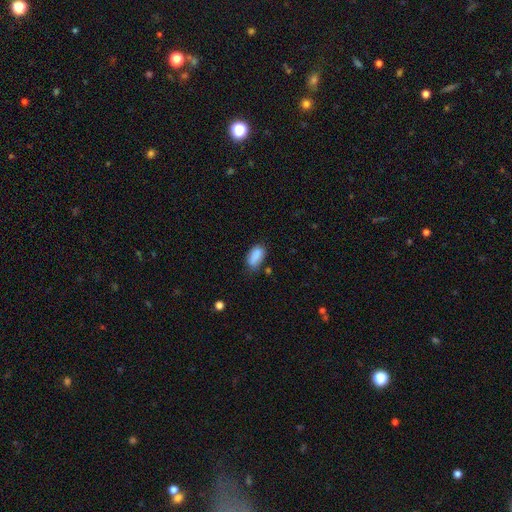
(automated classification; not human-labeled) This appears to be a smooth galaxy with no disk features (85%) that is in between round and cigar-shaped (90%). Merging: none (62%).